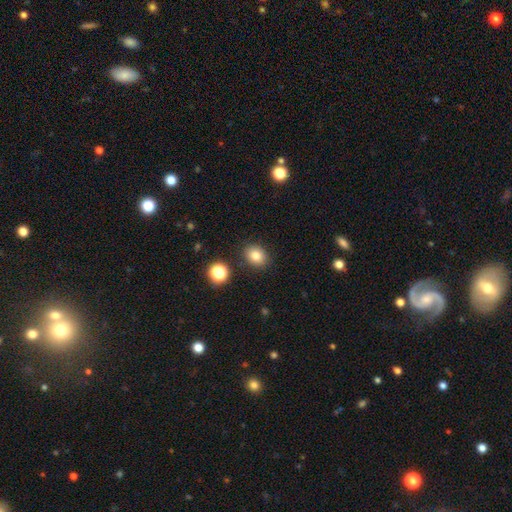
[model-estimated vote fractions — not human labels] A smooth galaxy with no disk features (81%) that is round (52%). Merging: none (86%).